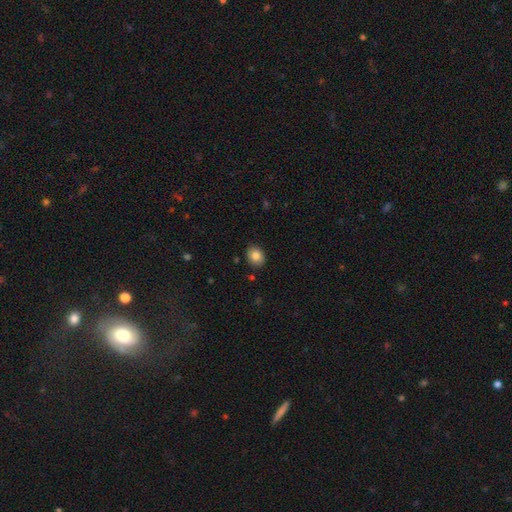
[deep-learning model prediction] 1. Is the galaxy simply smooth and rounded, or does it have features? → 82% smooth, 9% star or artifact, 8% featured or disk.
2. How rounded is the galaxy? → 51% round, 48% in between, 1% cigar-shaped.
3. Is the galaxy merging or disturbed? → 88% none, 9% minor disturbance, 2% major disturbance, 1% merger.